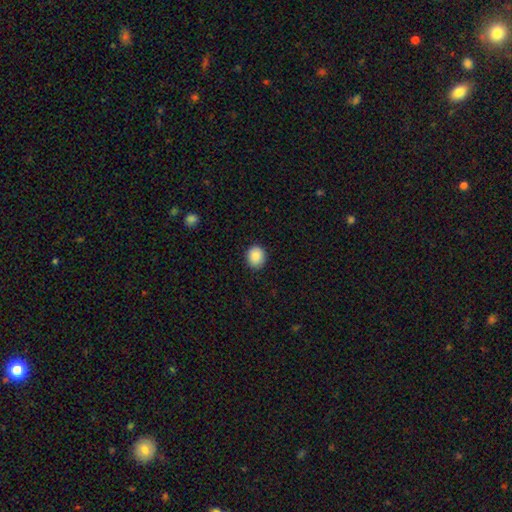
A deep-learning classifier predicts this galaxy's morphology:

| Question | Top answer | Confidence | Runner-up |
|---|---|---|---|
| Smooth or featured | smooth | 87% | star or artifact (8%) |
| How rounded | round | 70% | in between (29%) |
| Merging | none | 89% | minor disturbance (8%) |